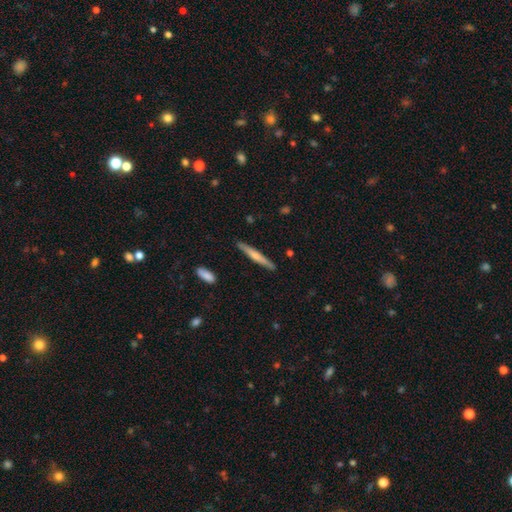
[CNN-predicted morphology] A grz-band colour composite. It shows a smooth galaxy with no disk features (51%) that is cigar-shaped (95%). Merging: none (89%).